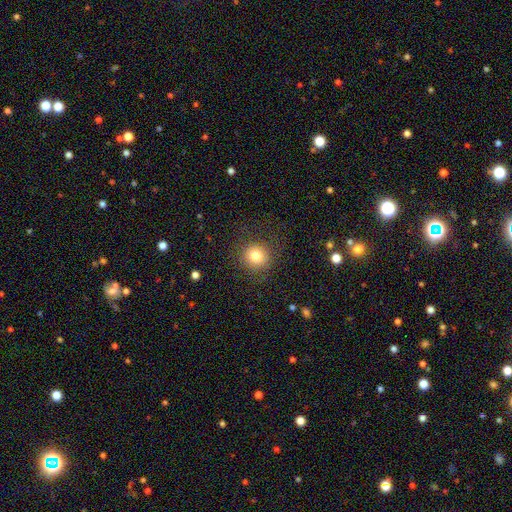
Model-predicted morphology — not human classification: Smooth or featured: smooth — 80% (star or artifact — 12%)
How rounded: round — 91% (in between — 8%)
Merging: none — 85% (minor disturbance — 9%)